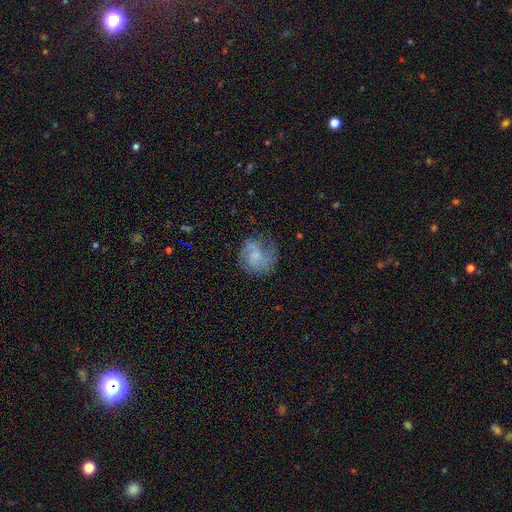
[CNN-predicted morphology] featured or disk 63%, smooth 29%, star or artifact 8%. Down the decision tree: edge-on disk — no (98%); bar — no (64%); spiral arms — yes (88%); spiral arm count — 2 (52%); spiral winding — medium (45%); bulge size — small (42%); merging — none (58%).